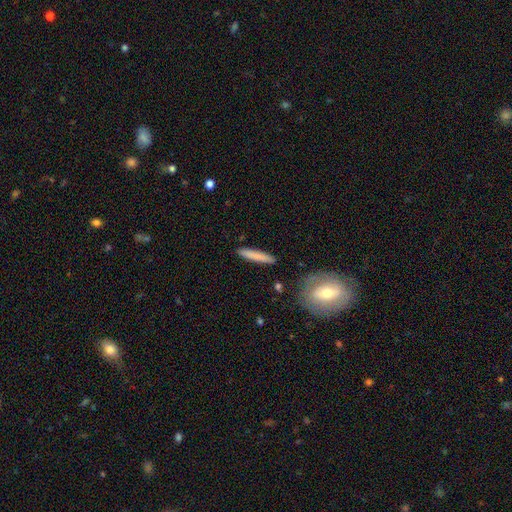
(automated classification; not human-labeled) A smooth galaxy with no disk features (79%) that is cigar-shaped (92%). Merging: none (89%).